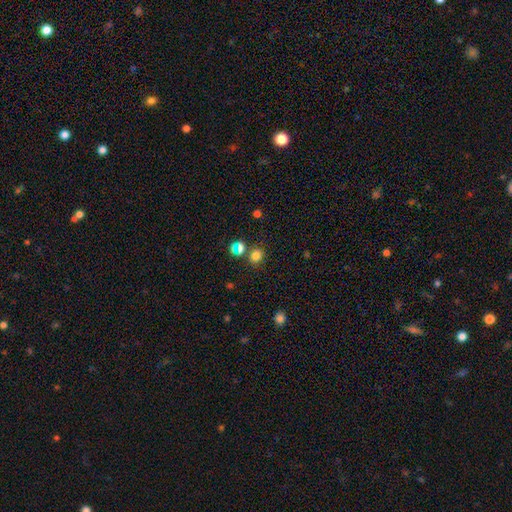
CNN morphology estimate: Smooth or featured?
  - smooth: 75% *
  - star or artifact: 19%
  - featured or disk: 6%
How rounded?
  - round: 77% *
  - in between: 22%
  - cigar-shaped: 1%
Merging?
  - none: 75% *
  - merger: 13%
  - minor disturbance: 9%
  - major disturbance: 3%